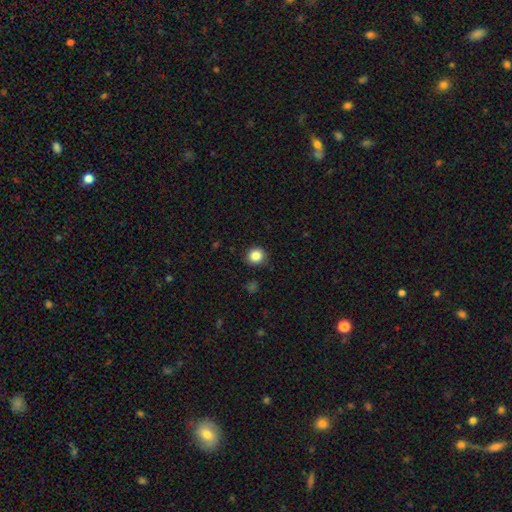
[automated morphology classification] The model was most divided on "smooth or featured": smooth: 85%, star or artifact: 11%, featured or disk: 4%. More confident: how rounded — round (91%); merging — none (89%).